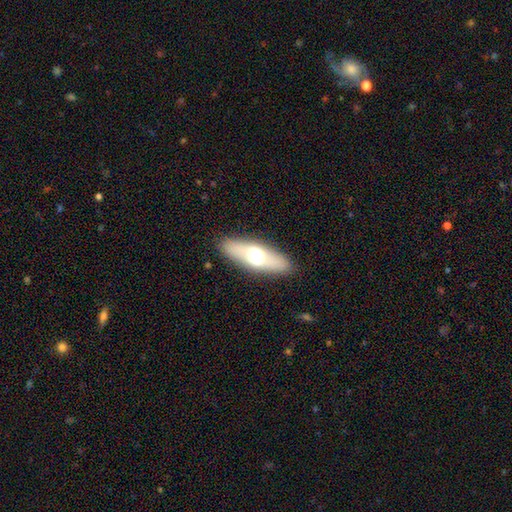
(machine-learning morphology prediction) The model was most divided on "smooth or featured": smooth: 53%, featured or disk: 40%, star or artifact: 7%. More confident: merging — none (87%); how rounded — in between (57%).